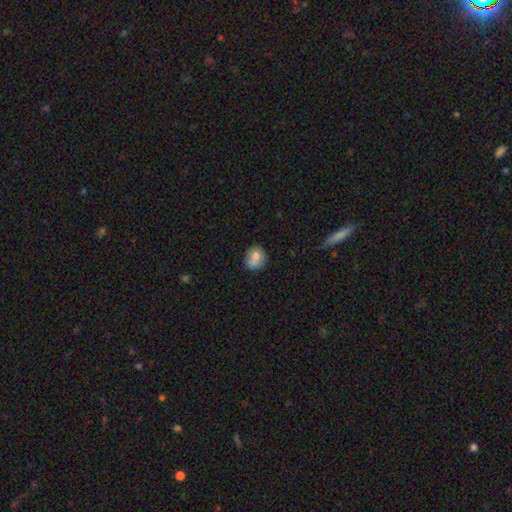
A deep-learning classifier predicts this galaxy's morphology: smooth 74%, featured or disk 17%, star or artifact 9%. Down the decision tree: how rounded — round (69%); merging — none (65%).